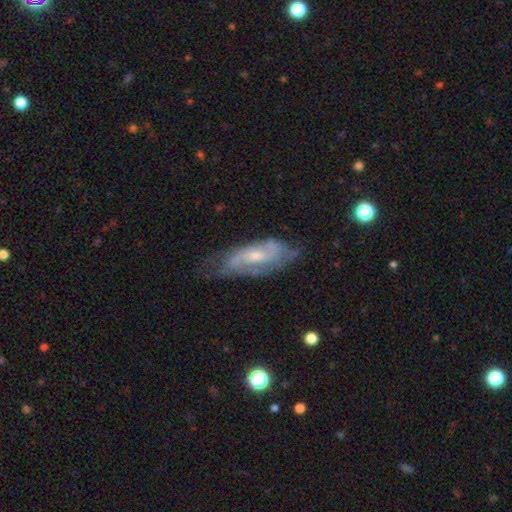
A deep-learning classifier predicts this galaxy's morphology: A featured or disk galaxy (75%) with no bar (52%), 2 (53%) medium (44%) spiral arms (87%) and a small central bulge (50%).

Vote fractions:
- Smooth or featured? featured or disk: 75% / smooth: 18% / star or artifact: 7%
- Edge-on disk? no: 89% / yes: 11%
- Bar? no: 52% / weak: 39% / strong: 9%
- Spiral arms? yes: 87% / no: 13%
- Spiral winding? medium: 44% / tight: 36% / loose: 20%
- Spiral arm count? 2: 53% / can't tell: 30% / 3: 8% / 1: 4% / 4: 3% / more than 4: 2%
- Bulge size? small: 50% / moderate: 43% / none: 4% / large: 2% / dominant: 1%
- Merging? none: 57% / minor disturbance: 27% / major disturbance: 13% / merger: 2%